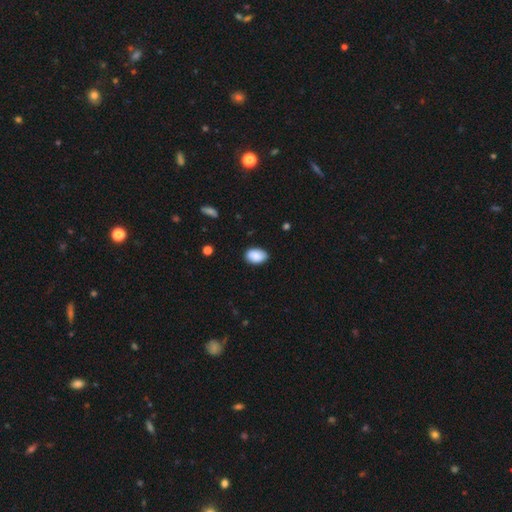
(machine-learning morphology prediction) Smooth or featured?
  - smooth: 88% *
  - star or artifact: 7%
  - featured or disk: 5%
How rounded?
  - in between: 88% *
  - round: 11%
  - cigar-shaped: 1%
Merging?
  - none: 81% *
  - minor disturbance: 15%
  - major disturbance: 2%
  - merger: 1%